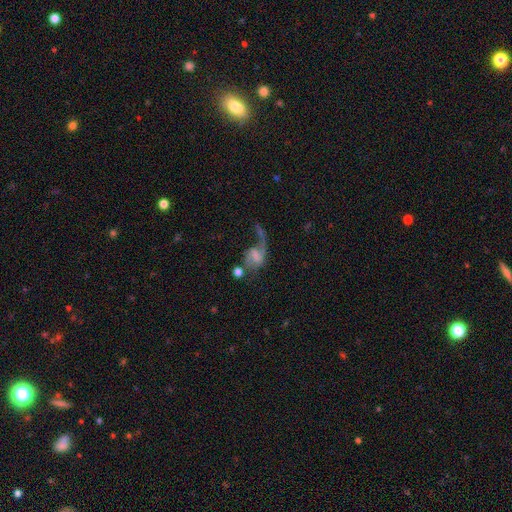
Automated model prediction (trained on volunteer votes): A featured or disk galaxy (70%) with a weak bar (45%), 2 (53%) loose (75%) spiral arms (86%) and no central bulge (48%). Merging: major disturbance (42%).